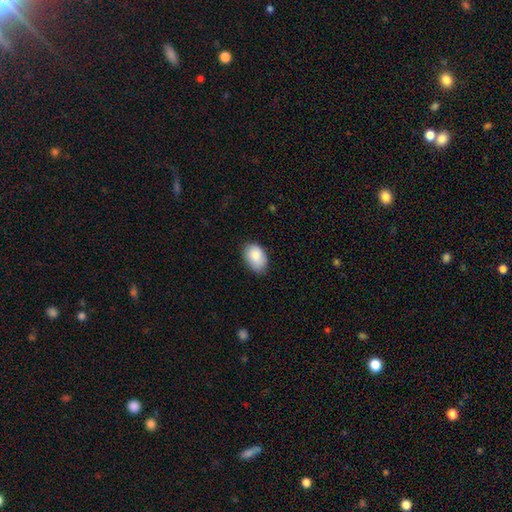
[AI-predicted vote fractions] A smooth galaxy with no disk features (88%) that is in between round and cigar-shaped (89%).

Vote fractions:
- Smooth or featured? smooth: 88% / star or artifact: 6% / featured or disk: 6%
- How rounded? in between: 89% / round: 10% / cigar-shaped: 1%
- Merging? none: 77% / minor disturbance: 19% / major disturbance: 3% / merger: 1%